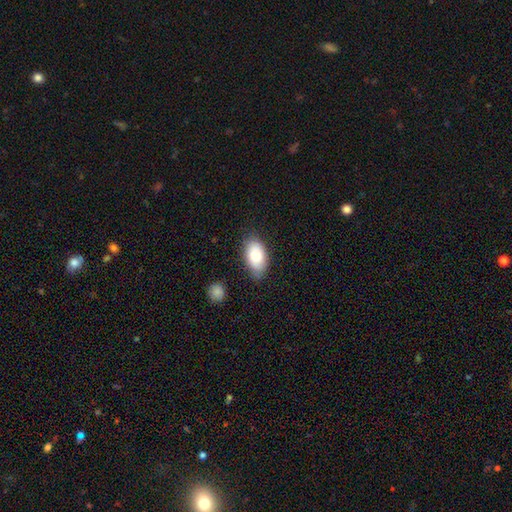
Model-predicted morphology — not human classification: type=smooth (77%); roundness=in between (92%); merging=none (78%).